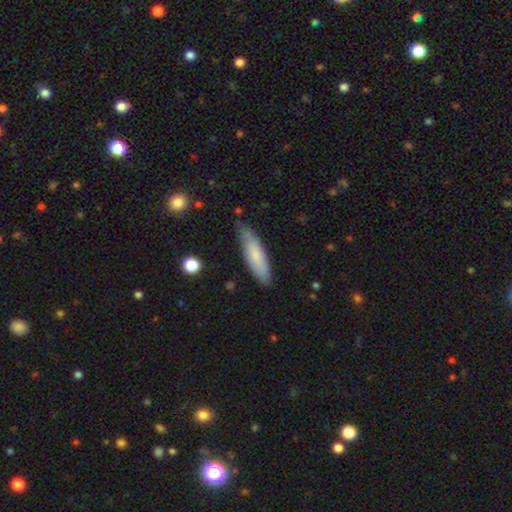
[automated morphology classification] smooth_or_featured: smooth (p=0.73) [alt: featured or disk p=0.22]
how_rounded: cigar-shaped (p=0.64) [alt: in between p=0.34]
merging: none (p=0.76) [alt: minor disturbance p=0.20]